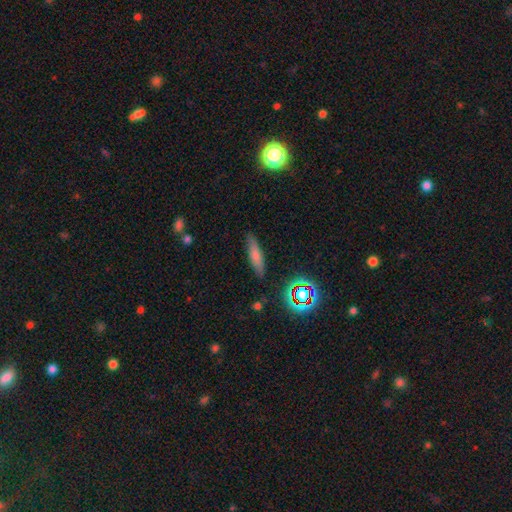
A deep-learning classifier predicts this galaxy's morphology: Q: Smooth or featured?
A: smooth (67%); runner-up: featured or disk (21%)
Q: How rounded?
A: cigar-shaped (73%); runner-up: in between (24%)
Q: Merging?
A: none (85%); runner-up: minor disturbance (11%)